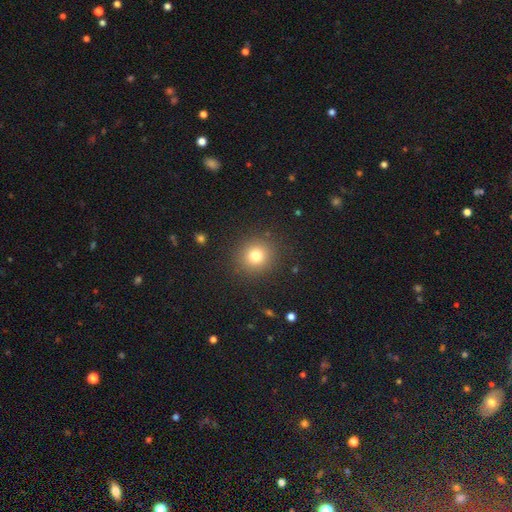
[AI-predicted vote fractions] Smooth or featured: smooth — 78% (star or artifact — 14%)
How rounded: round — 90% (in between — 9%)
Merging: none — 89% (minor disturbance — 7%)